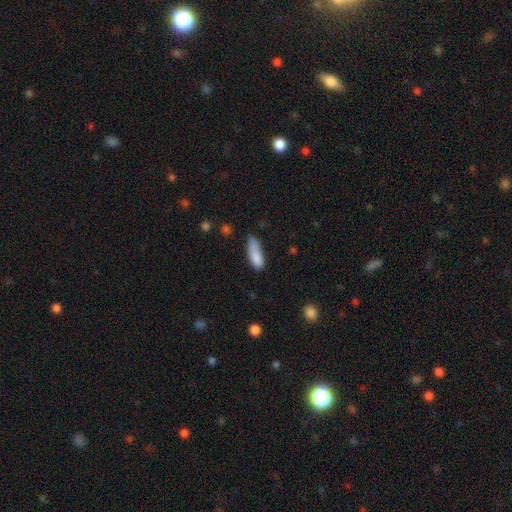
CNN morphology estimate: Smooth or featured?
  - smooth: 85% *
  - featured or disk: 8%
  - star or artifact: 8%
How rounded?
  - in between: 55% *
  - cigar-shaped: 43%
  - round: 2%
Merging?
  - none: 49% *
  - minor disturbance: 35%
  - major disturbance: 11%
  - merger: 4%